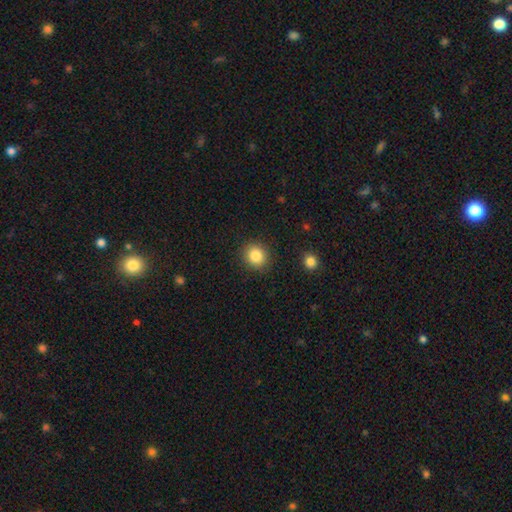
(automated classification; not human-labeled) This appears to be a smooth galaxy with no disk features (85%) that is round (82%). Merging: none (89%).